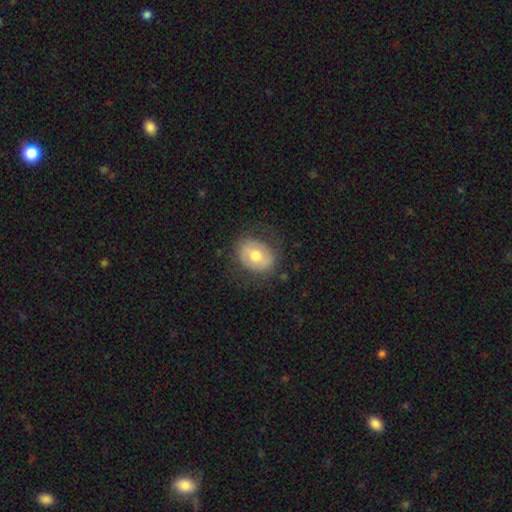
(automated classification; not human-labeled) smooth-or-featured: smooth: 60% | featured or disk: 33% | star or artifact: 7%
  how-rounded: in between: 62% | round: 37% | cigar-shaped: 1%
  merging: none: 73% | minor disturbance: 17% | major disturbance: 9% | merger: 1%